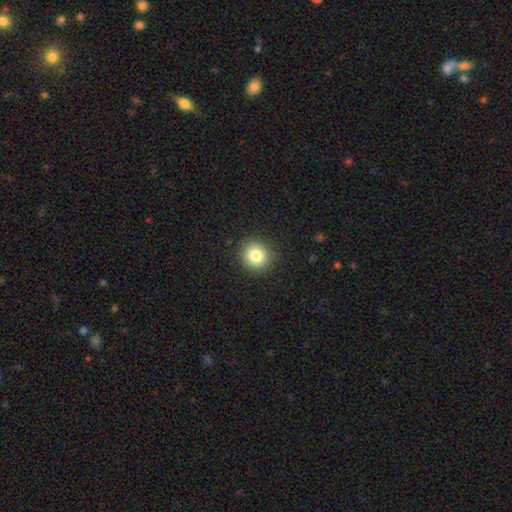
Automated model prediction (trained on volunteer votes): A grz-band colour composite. It shows a smooth galaxy with no disk features (82%) that is round (90%). Merging: none (90%).